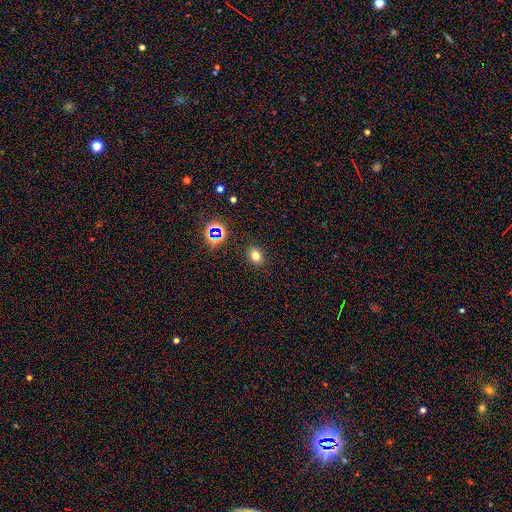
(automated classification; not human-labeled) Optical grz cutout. It shows a smooth galaxy with no disk features (74%) that is round (57%). Merging: none (89%).